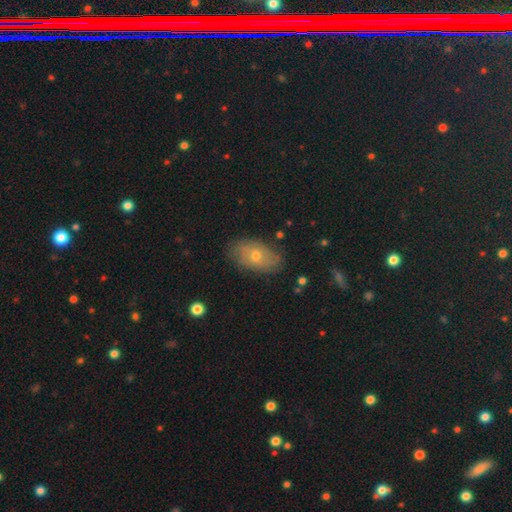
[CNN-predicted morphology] A smooth galaxy with no disk features (47%).

Vote fractions:
- Smooth or featured? smooth: 47% / featured or disk: 43% / star or artifact: 10%
- Merging? none: 80% / minor disturbance: 15% / major disturbance: 3% / merger: 1%